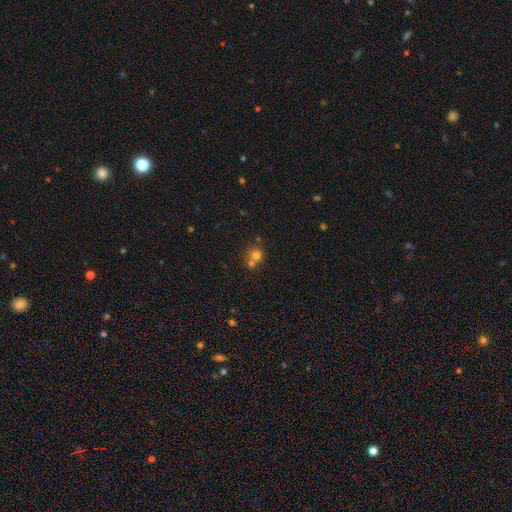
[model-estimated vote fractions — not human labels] This is likely a smooth galaxy (72%). How rounded: clearly round (87%). Merging: possibly merger (46%).